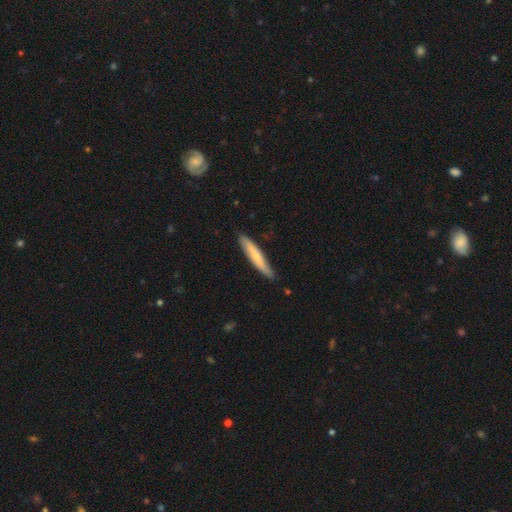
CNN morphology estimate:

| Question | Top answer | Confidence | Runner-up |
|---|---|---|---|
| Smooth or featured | smooth | 64% | featured or disk (31%) |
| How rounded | cigar-shaped | 91% | in between (7%) |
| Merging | none | 85% | minor disturbance (12%) |